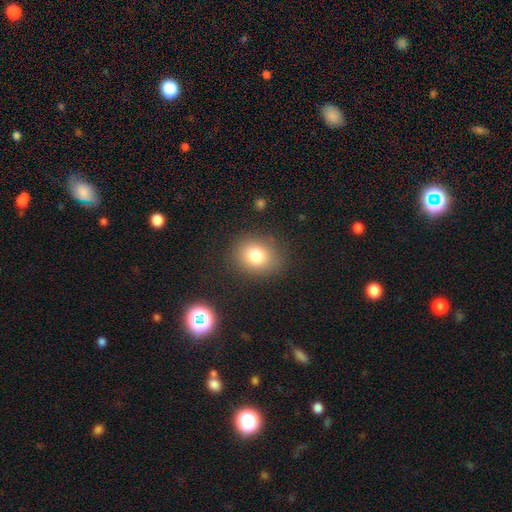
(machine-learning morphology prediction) Smooth or featured: smooth — 78% (star or artifact — 13%)
How rounded: round — 66% (in between — 33%)
Merging: none — 84% (minor disturbance — 10%)